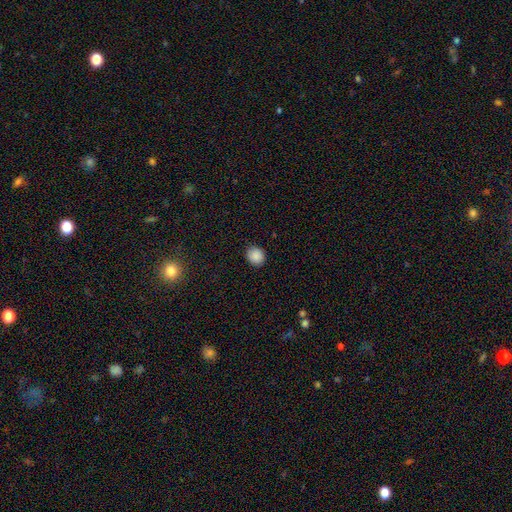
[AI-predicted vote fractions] This is clearly a smooth galaxy (88%). How rounded: likely round (80%). Merging: clearly none (88%).